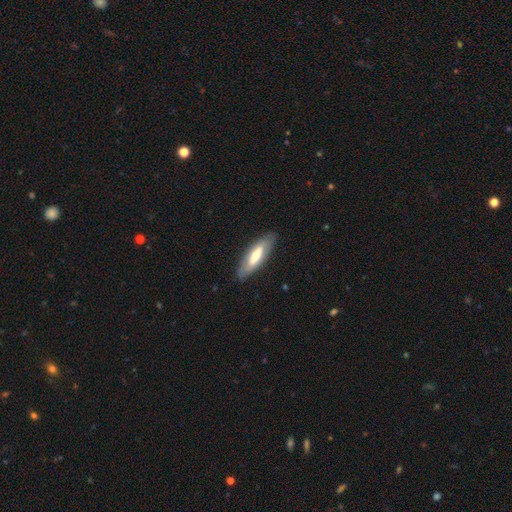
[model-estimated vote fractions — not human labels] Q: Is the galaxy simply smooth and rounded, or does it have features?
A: smooth — 53%.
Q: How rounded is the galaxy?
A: in between — 49%, tied with cigar-shaped.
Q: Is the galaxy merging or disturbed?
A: none — 84%.